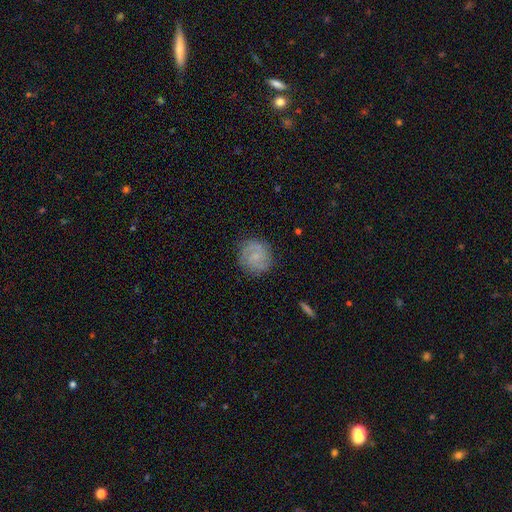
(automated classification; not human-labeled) smooth-or-featured: featured or disk: 64% | smooth: 28% | star or artifact: 8%
  disk-edge-on: no: 98% | yes: 2%
    bar: no: 58% | weak: 36% | strong: 6%
    has-spiral-arms: yes: 92% | no: 8%
      spiral-winding: tight: 50% | medium: 39% | loose: 11%
      spiral-arm-count: 2: 62% | can't tell: 17% | 3: 10% | 1: 4% | 4: 3% | more than 4: 3%
    bulge-size: small: 64% | none: 21% | moderate: 13% | large: 1% | dominant: 1%
  merging: none: 83% | minor disturbance: 12% | major disturbance: 4% | merger: 1%